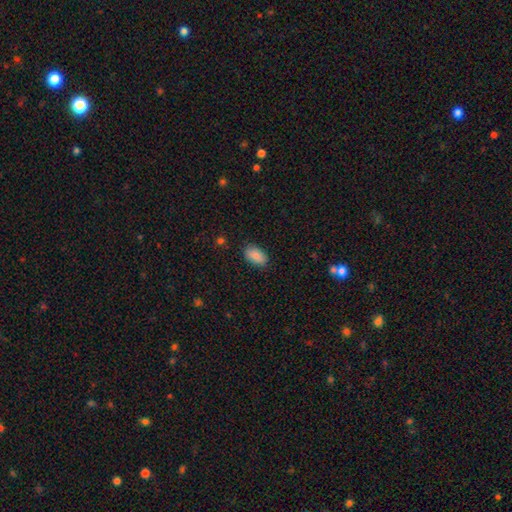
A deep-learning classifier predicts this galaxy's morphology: The model was most divided on "merging": none: 87%, minor disturbance: 10%, major disturbance: 2%, merger: 1%. More confident: how rounded — in between (94%); smooth or featured — smooth (88%).